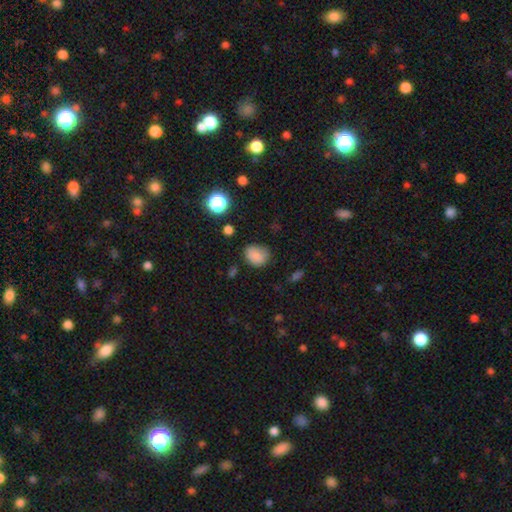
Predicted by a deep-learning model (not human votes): The model was most divided on "how rounded": round: 55%, in between: 44%, cigar-shaped: 1%. More confident: smooth or featured — smooth (82%); merging — none (67%).